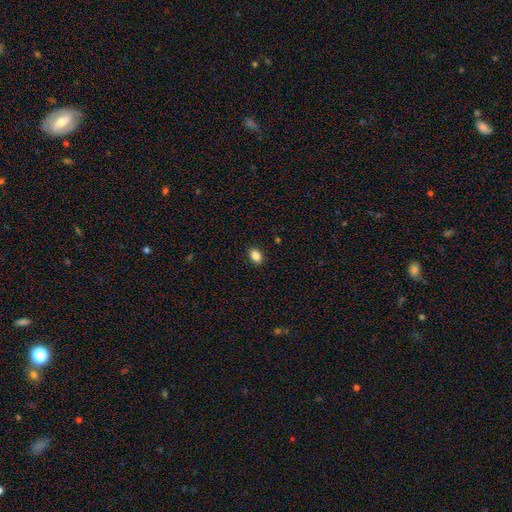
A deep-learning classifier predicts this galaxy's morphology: Overall: smooth (86%). How rounded: in between (75%). Merging: none (90%).